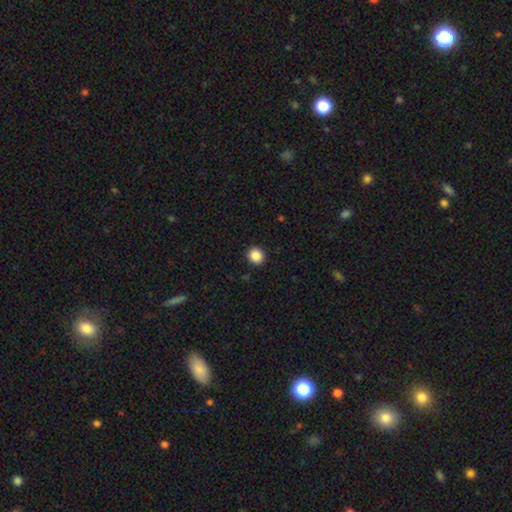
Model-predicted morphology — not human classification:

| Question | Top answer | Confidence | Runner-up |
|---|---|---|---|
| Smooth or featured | smooth | 88% | star or artifact (10%) |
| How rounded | round | 85% | in between (14%) |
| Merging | none | 92% | minor disturbance (5%) |